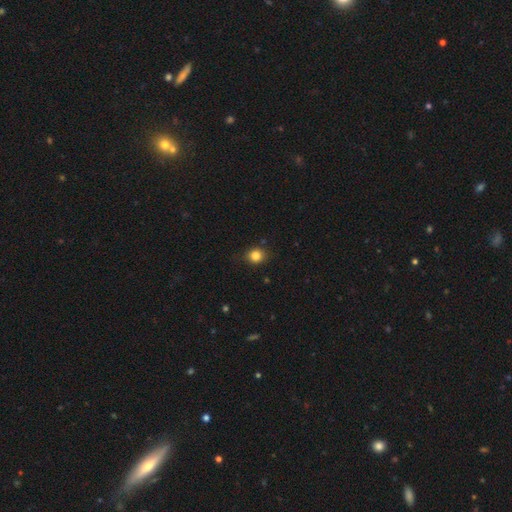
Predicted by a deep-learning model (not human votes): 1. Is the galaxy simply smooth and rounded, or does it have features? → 83% smooth, 12% star or artifact, 5% featured or disk.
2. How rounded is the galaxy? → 77% round, 22% in between, 1% cigar-shaped.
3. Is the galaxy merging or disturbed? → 83% none, 13% minor disturbance, 3% major disturbance, 1% merger.